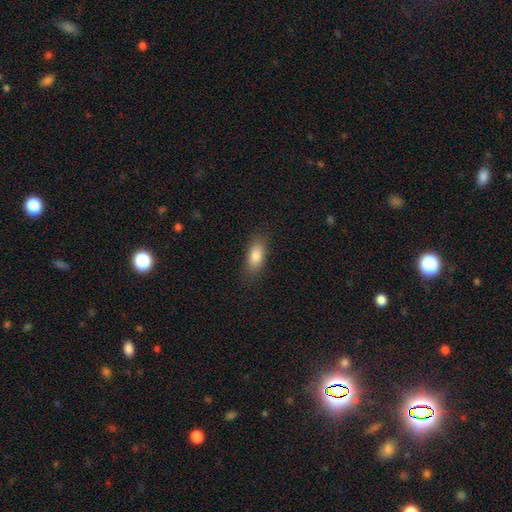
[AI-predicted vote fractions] Smooth or featured?
  - smooth: 84% *
  - featured or disk: 9%
  - star or artifact: 7%
How rounded?
  - in between: 84% *
  - cigar-shaped: 13%
  - round: 4%
Merging?
  - none: 85% *
  - minor disturbance: 11%
  - major disturbance: 3%
  - merger: 1%